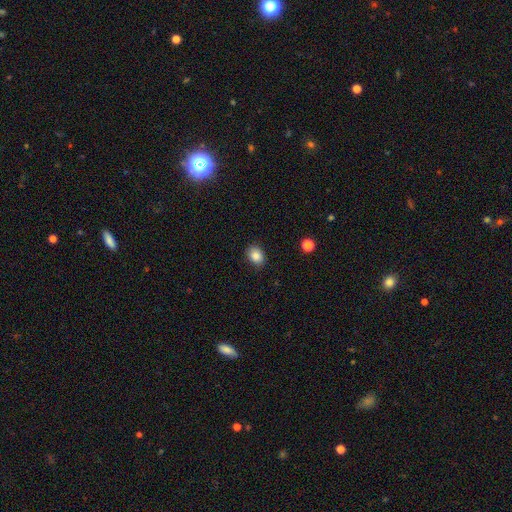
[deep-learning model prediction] Smooth or featured? smooth (84%)
How rounded? in between (61%)
Merging? none (86%)